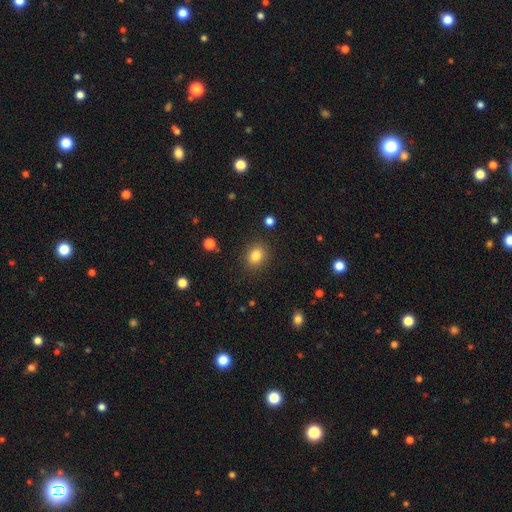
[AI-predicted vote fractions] Smooth or featured: smooth — 83% (star or artifact — 11%)
How rounded: round — 55% (in between — 44%)
Merging: none — 88% (minor disturbance — 8%)